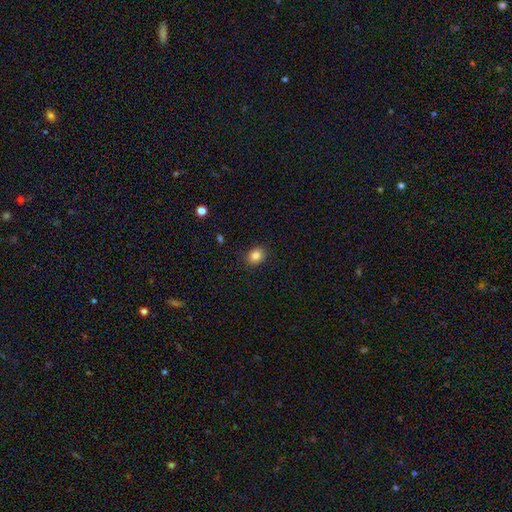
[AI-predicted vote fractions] Q: Smooth or featured?
A: smooth (84%); runner-up: star or artifact (10%)
Q: How rounded?
A: round (63%); runner-up: in between (36%)
Q: Merging?
A: none (89%); runner-up: minor disturbance (8%)